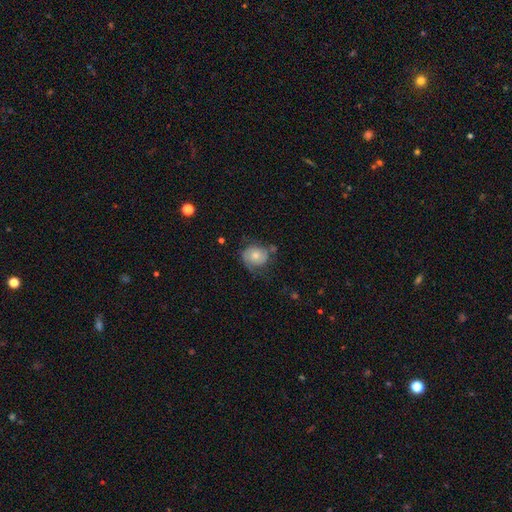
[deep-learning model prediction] Q: Smooth or featured?
A: smooth (50%); runner-up: featured or disk (42%)
Q: Merging?
A: none (52%); runner-up: minor disturbance (29%)